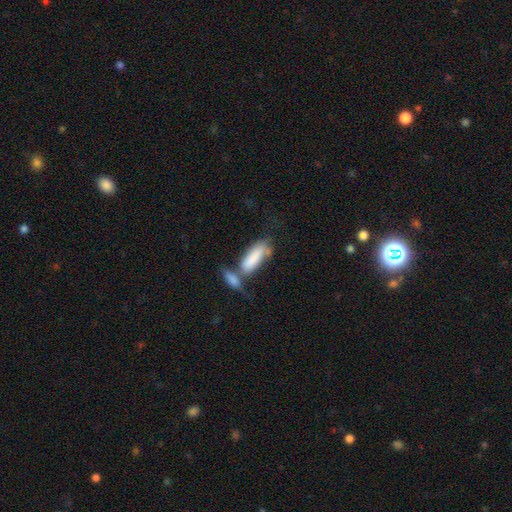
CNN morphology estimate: Smooth or featured? smooth (76%)
How rounded? in between (69%)
Merging? merger (56%)